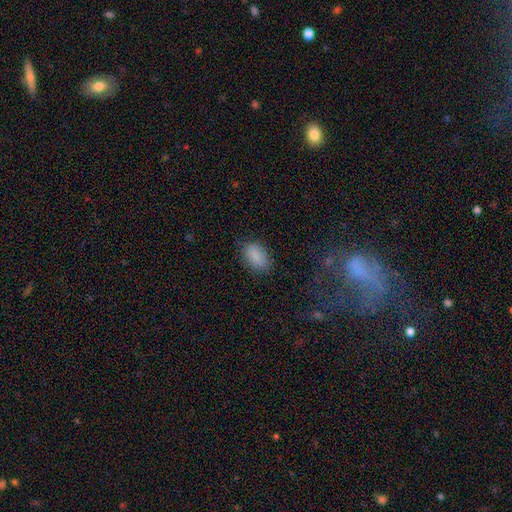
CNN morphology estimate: Overall: smooth (85%). How rounded: in between (90%). Merging: none (79%).